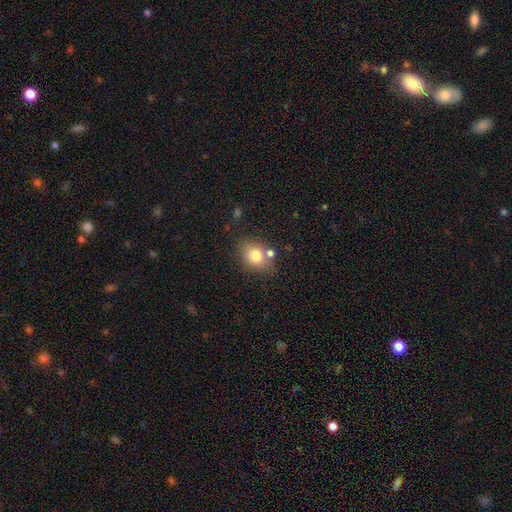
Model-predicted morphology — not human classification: smooth-or-featured: smooth: 76% | featured or disk: 13% | star or artifact: 11%
  how-rounded: round: 53% | in between: 46% | cigar-shaped: 1%
  merging: none: 68% | minor disturbance: 14% | merger: 14% | major disturbance: 4%